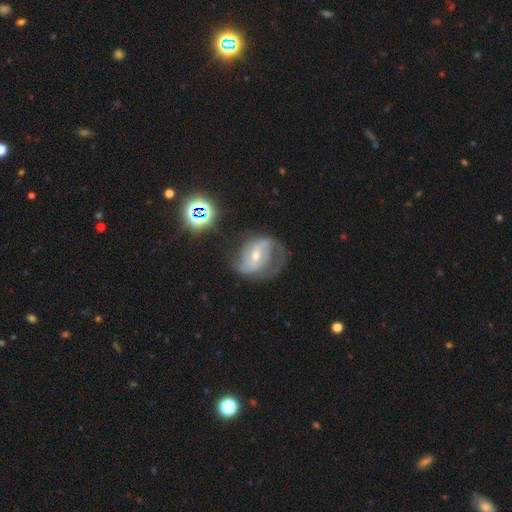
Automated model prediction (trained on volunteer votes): Q: Smooth or featured?
A: featured or disk (81%); runner-up: smooth (10%)
Q: Edge-on disk?
A: no (97%); runner-up: yes (3%)
Q: Bar?
A: weak (41%); runner-up: strong (35%)
Q: Spiral arms?
A: yes (91%); runner-up: no (9%)
Q: Spiral winding?
A: medium (48%); runner-up: loose (26%)
Q: Spiral arm count?
A: 2 (67%); runner-up: can't tell (14%)
Q: Bulge size?
A: small (51%); runner-up: moderate (45%)
Q: Merging?
A: none (51%); runner-up: major disturbance (23%)